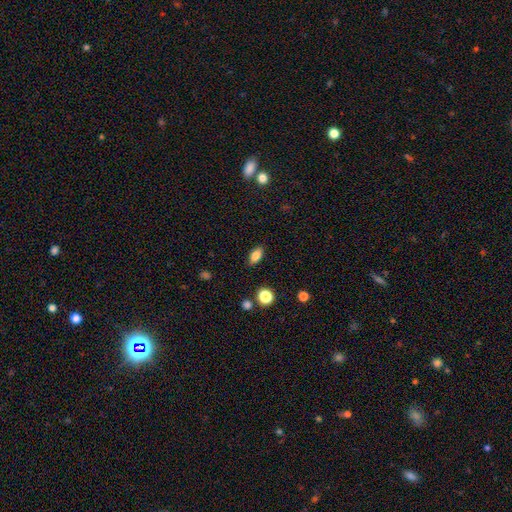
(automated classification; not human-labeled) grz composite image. It shows a smooth galaxy with no disk features (81%) that is in between round and cigar-shaped (85%). Merging: none (86%).